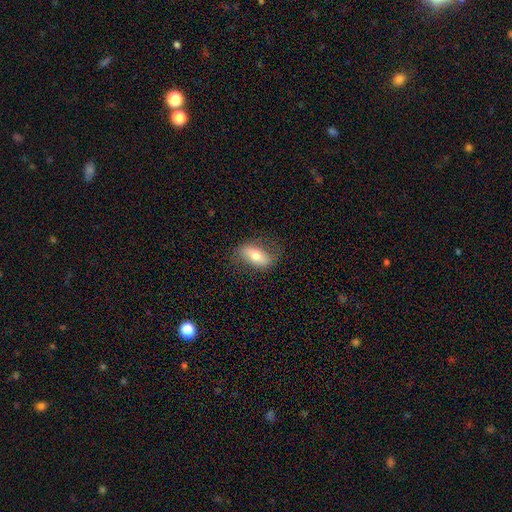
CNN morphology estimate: The model was most divided on "smooth or featured": smooth: 57%, featured or disk: 36%, star or artifact: 7%. More confident: how rounded — in between (85%); merging — none (75%).